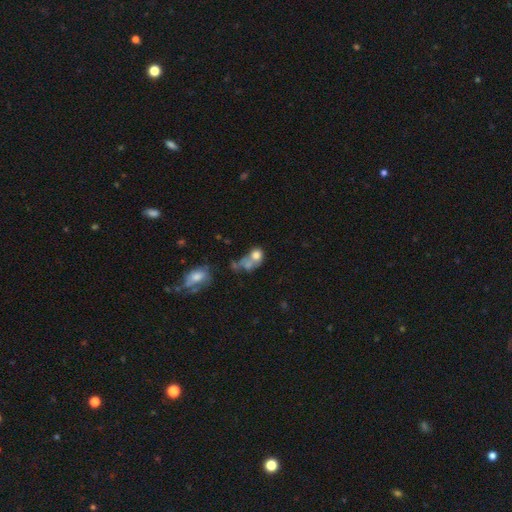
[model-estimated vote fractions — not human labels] The model was most divided on "how rounded": round: 53%, in between: 45%, cigar-shaped: 2%. More confident: smooth or featured — smooth (65%); merging — merger (51%).